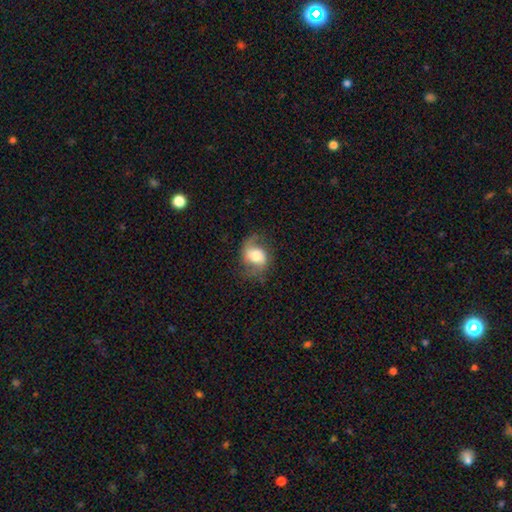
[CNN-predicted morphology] smooth_or_featured: featured or disk (p=0.50) [alt: smooth p=0.41]
disk_edge_on: no (p=0.95) [alt: yes p=0.05]
merging: none (p=0.63) [alt: minor disturbance p=0.22]